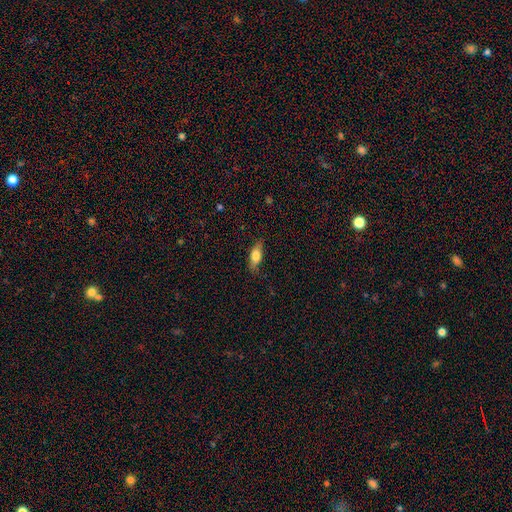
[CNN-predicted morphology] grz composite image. It shows a smooth galaxy with no disk features (71%) that is in between round and cigar-shaped (70%). Merging: none (79%).